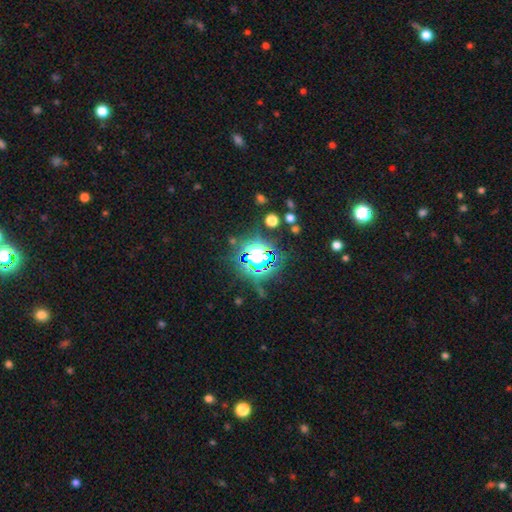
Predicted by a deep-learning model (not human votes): Smooth or featured? star or artifact (69%)